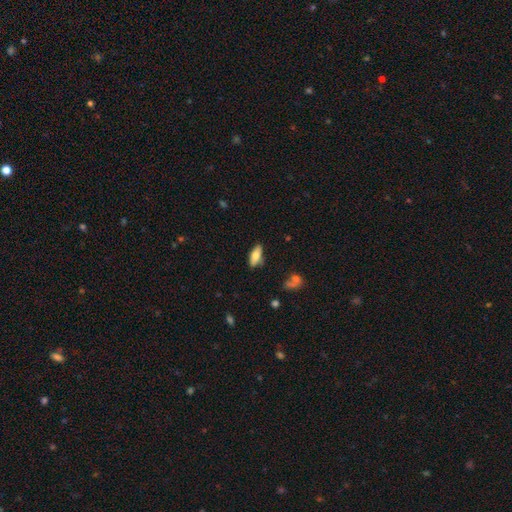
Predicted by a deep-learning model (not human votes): Smooth or featured?
  - smooth: 68% *
  - featured or disk: 25%
  - star or artifact: 7%
How rounded?
  - in between: 75% *
  - cigar-shaped: 23%
  - round: 3%
Merging?
  - none: 77% *
  - minor disturbance: 16%
  - major disturbance: 4%
  - merger: 3%